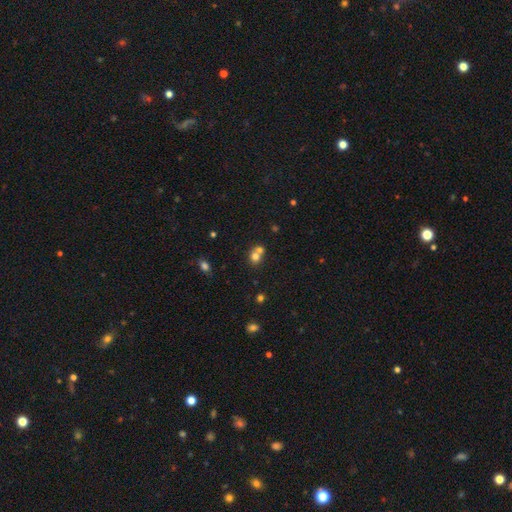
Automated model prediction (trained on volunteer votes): This appears to be a smooth galaxy with no disk features (71%) that is round (77%). Merging: merger (52%).